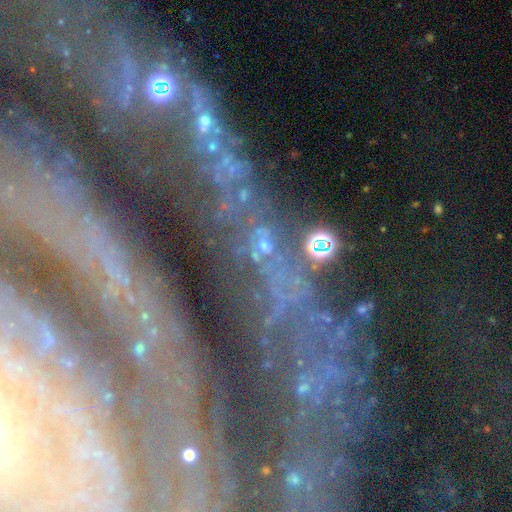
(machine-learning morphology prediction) The model was most divided on "smooth or featured": star or artifact: 55%, featured or disk: 29%, smooth: 15%.